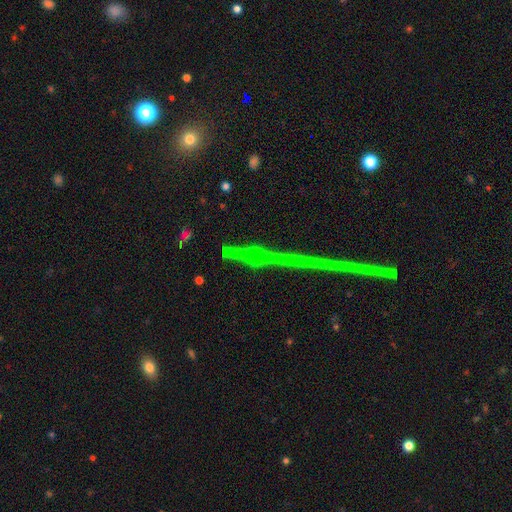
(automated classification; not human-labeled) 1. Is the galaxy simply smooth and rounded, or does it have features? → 58% star or artifact, 27% featured or disk, 15% smooth.